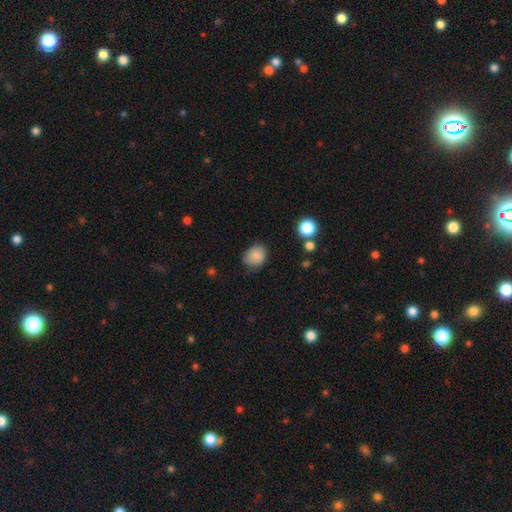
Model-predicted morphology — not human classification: Overall: smooth (86%). How rounded: round (52%; in between 47%). Merging: none (74%).